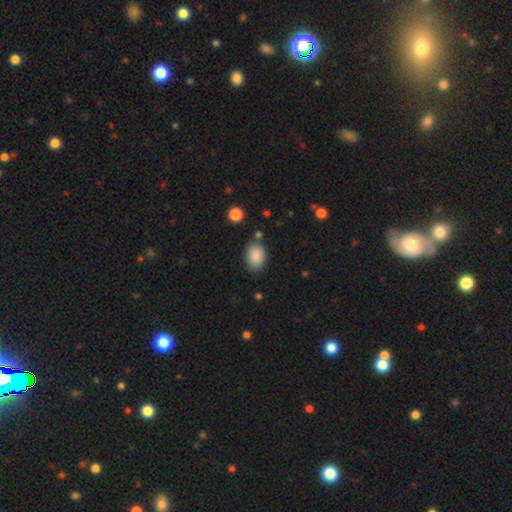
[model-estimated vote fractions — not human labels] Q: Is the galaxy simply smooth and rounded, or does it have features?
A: smooth — 87%.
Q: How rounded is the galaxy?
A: in between — 76%.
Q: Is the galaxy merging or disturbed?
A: none — 79%.